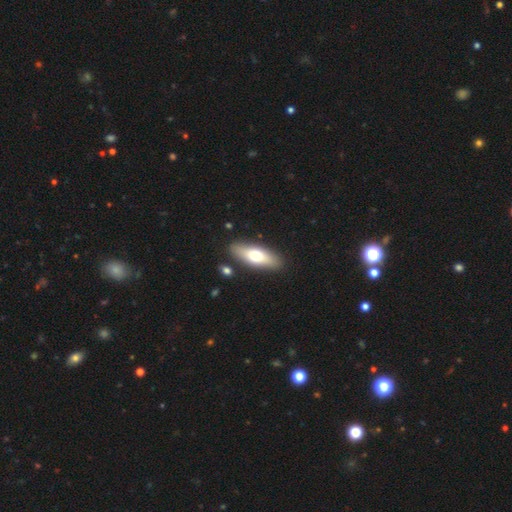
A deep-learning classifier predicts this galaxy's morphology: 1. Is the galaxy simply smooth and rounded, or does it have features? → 65% smooth, 30% featured or disk, 6% star or artifact.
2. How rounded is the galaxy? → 60% in between, 38% cigar-shaped, 2% round.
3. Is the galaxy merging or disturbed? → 86% none, 9% minor disturbance, 3% merger, 2% major disturbance.